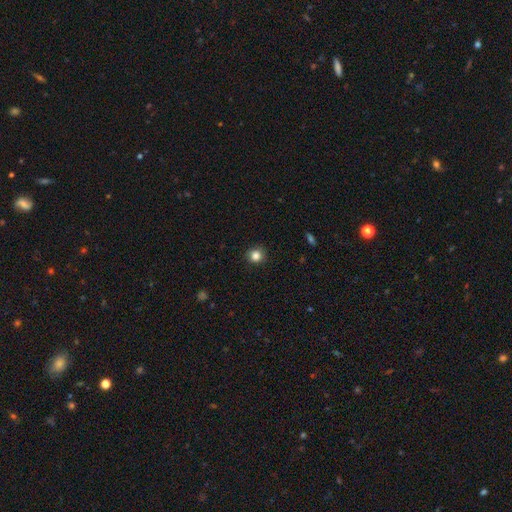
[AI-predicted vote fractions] Smooth or featured: smooth — 84% (star or artifact — 12%)
How rounded: round — 90% (in between — 9%)
Merging: none — 90% (minor disturbance — 7%)